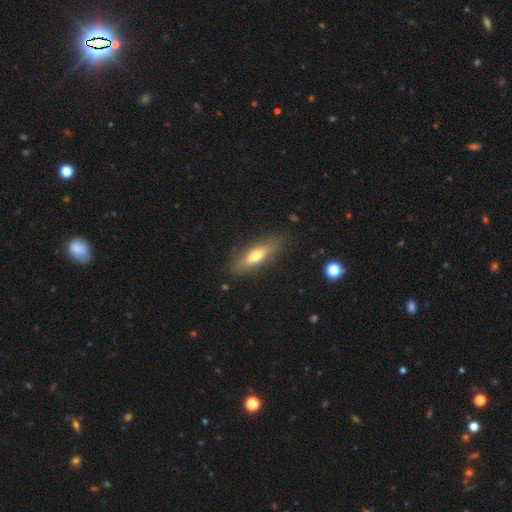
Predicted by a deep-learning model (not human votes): smooth 60%, featured or disk 33%, star or artifact 6%. Down the decision tree: how rounded — cigar-shaped (56%); merging — none (83%).